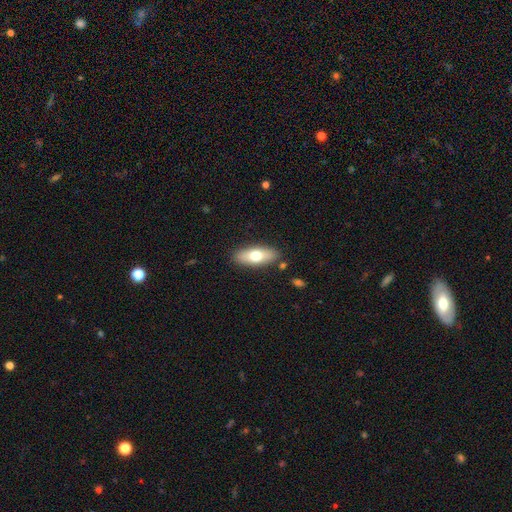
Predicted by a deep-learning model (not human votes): Smooth or featured? smooth (68%)
How rounded? in between (75%)
Merging? none (86%)